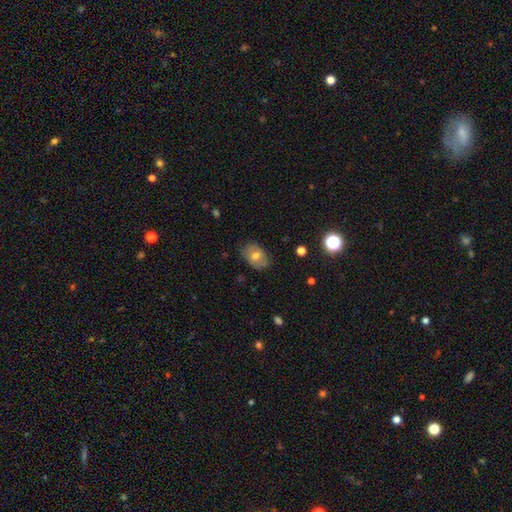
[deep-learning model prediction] Smooth or featured?
  - smooth: 66% *
  - featured or disk: 25%
  - star or artifact: 9%
How rounded?
  - in between: 78% *
  - round: 21%
  - cigar-shaped: 1%
Merging?
  - none: 76% *
  - minor disturbance: 19%
  - major disturbance: 4%
  - merger: 1%